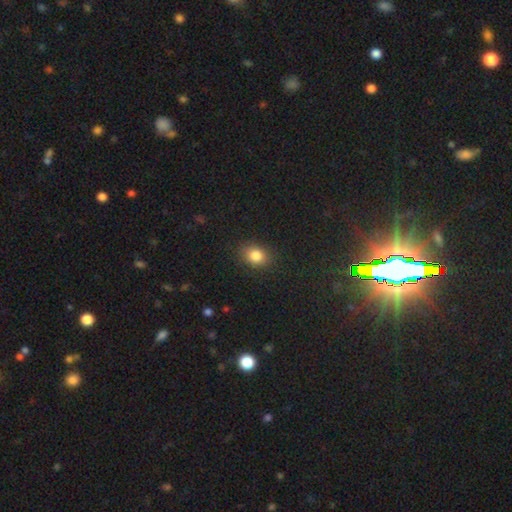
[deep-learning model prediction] Q: Smooth or featured?
A: smooth (84%); runner-up: star or artifact (10%)
Q: How rounded?
A: in between (57%); runner-up: round (42%)
Q: Merging?
A: none (85%); runner-up: minor disturbance (11%)